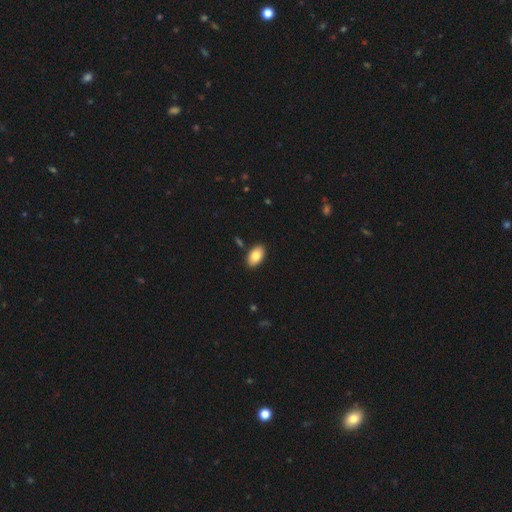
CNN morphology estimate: Smooth or featured? smooth (83%)
How rounded? in between (94%)
Merging? none (89%)